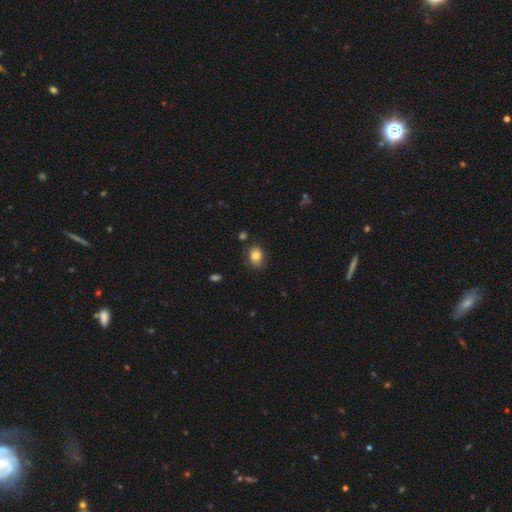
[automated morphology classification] smooth-or-featured: smooth: 82% | featured or disk: 9% | star or artifact: 9%
  how-rounded: in between: 69% | round: 29% | cigar-shaped: 1%
  merging: none: 75% | minor disturbance: 19% | major disturbance: 4% | merger: 2%